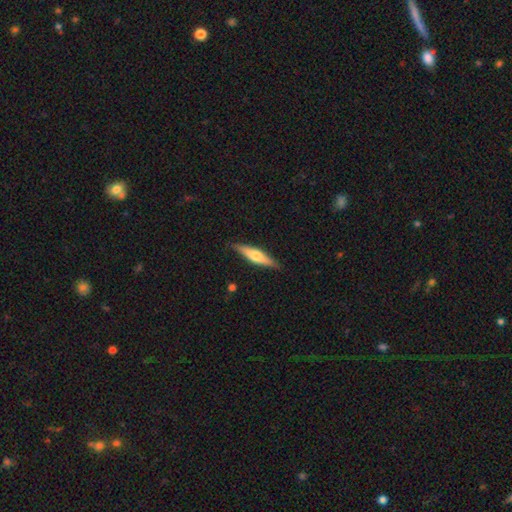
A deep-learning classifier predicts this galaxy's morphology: Overall: featured or disk (53%; smooth 42%). Edge-on disk: yes (94%). Merging: none (87%).